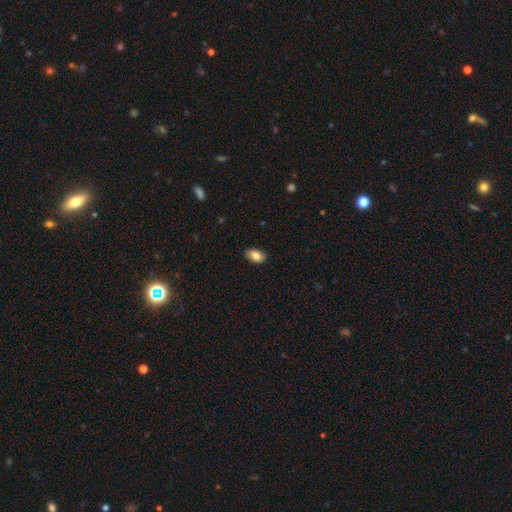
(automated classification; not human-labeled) Smooth or featured? smooth (85%)
How rounded? in between (90%)
Merging? none (87%)